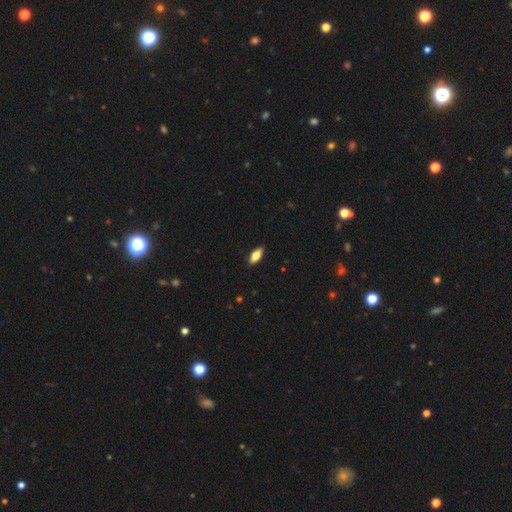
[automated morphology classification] This is likely a smooth galaxy (72%). How rounded: clearly in between (84%). Merging: clearly none (88%).